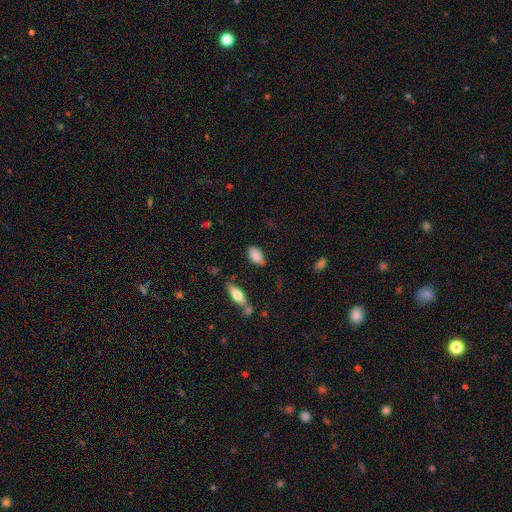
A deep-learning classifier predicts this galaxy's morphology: This appears to be a smooth galaxy with no disk features (84%) that is in between round and cigar-shaped (91%). Merging: none (77%).